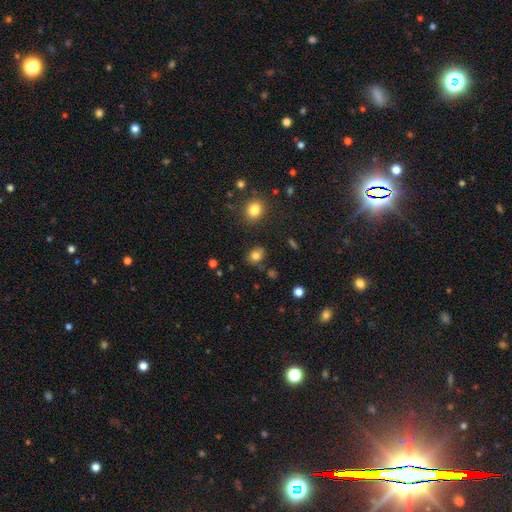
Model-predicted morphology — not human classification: Smooth or featured? Predicted: smooth (p=0.80). How rounded? Predicted: in between (p=0.60). Merging? Predicted: none (p=0.77).